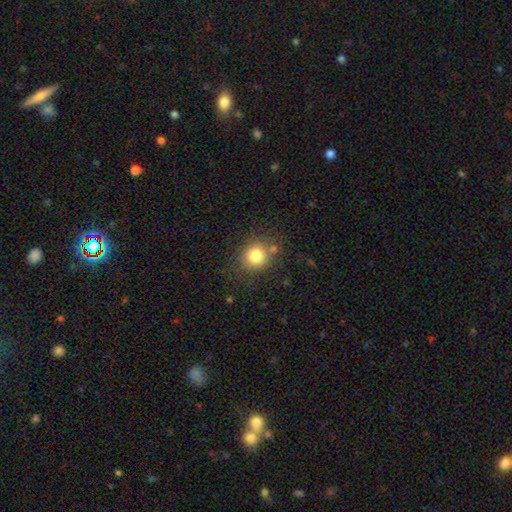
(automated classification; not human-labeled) smooth_or_featured: smooth (p=0.81) [alt: star or artifact p=0.11]
how_rounded: round (p=0.80) [alt: in between p=0.19]
merging: none (p=0.77) [alt: minor disturbance p=0.12]